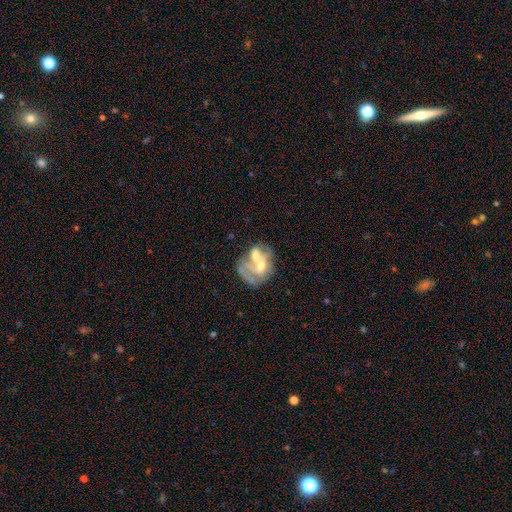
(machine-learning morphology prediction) Smooth or featured? featured or disk (58%)
Edge-on disk? no (97%)
Bar? no (81%)
Spiral arms? no (74%)
Bulge size? moderate (56%)
Merging? merger (53%)